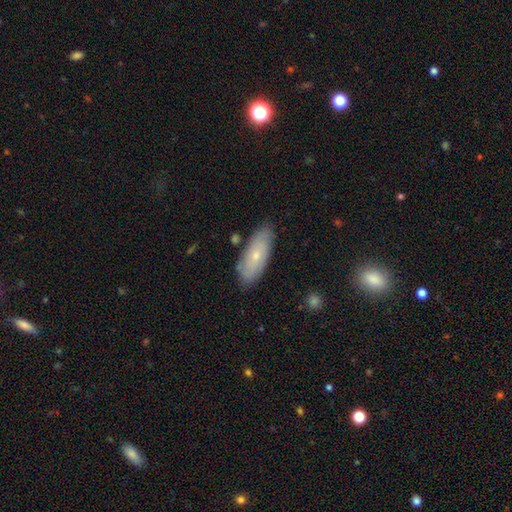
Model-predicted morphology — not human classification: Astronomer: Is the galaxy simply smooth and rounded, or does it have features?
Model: smooth — 54% (runner-up: featured or disk, 39%).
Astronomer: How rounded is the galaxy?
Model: in between — 76%.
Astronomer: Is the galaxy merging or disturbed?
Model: none — 81%.